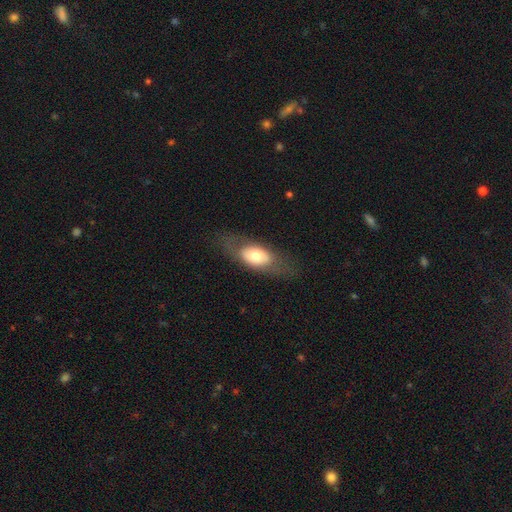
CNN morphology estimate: This appears to be a smooth galaxy with no disk features (55%) that is in between round and cigar-shaped (82%). Merging: none (71%).